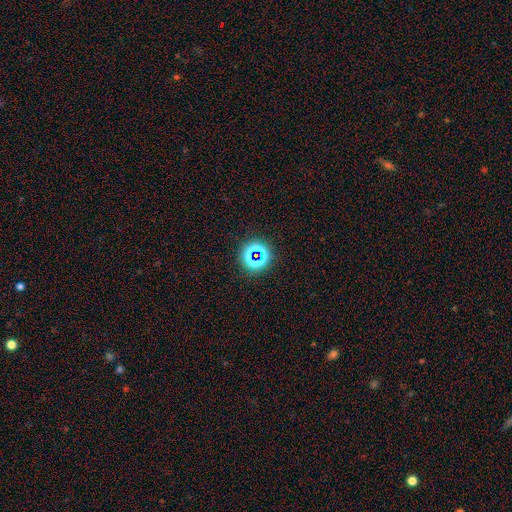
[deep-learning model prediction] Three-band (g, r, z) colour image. It shows a star or artifact, not a galaxy (64%).